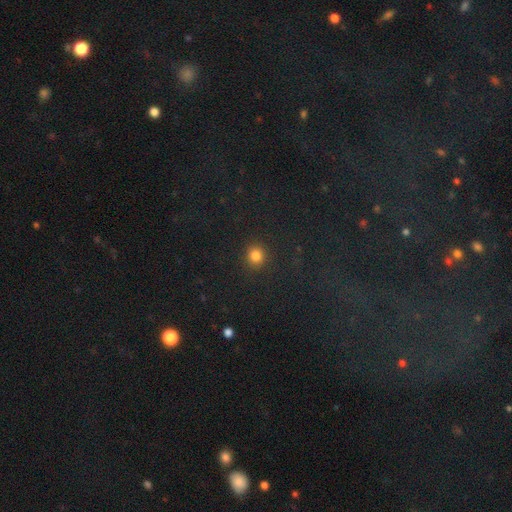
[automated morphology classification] The model was most divided on "smooth or featured": smooth: 83%, star or artifact: 13%, featured or disk: 4%. More confident: merging — none (90%); how rounded — round (87%).